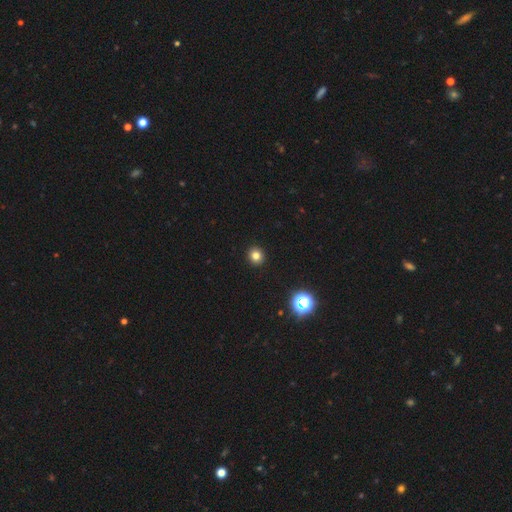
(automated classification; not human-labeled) smooth 79%, star or artifact 15%, featured or disk 6%. Down the decision tree: how rounded — round (87%); merging — none (93%).